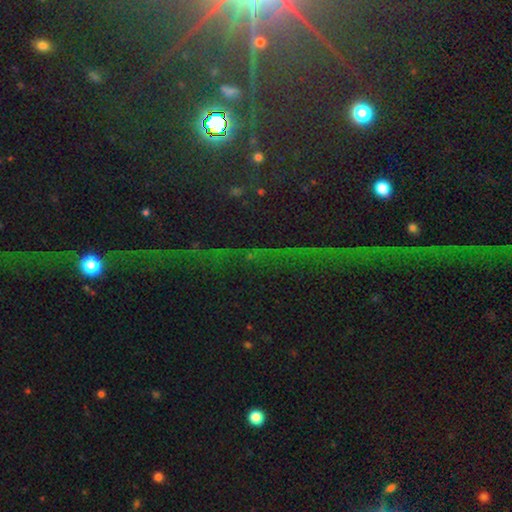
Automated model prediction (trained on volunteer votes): The model was most divided on "smooth or featured": star or artifact: 83%, featured or disk: 10%, smooth: 7%.